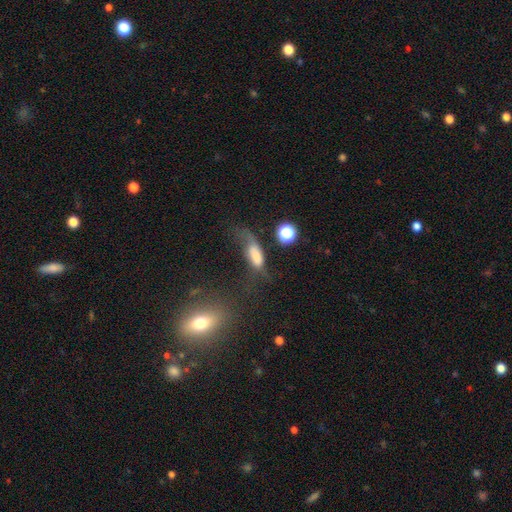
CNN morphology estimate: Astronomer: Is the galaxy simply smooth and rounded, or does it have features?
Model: smooth — 60%.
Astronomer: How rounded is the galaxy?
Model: in between — 69%.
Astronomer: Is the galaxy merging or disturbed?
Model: major disturbance — 43% (runner-up: none, 25%).